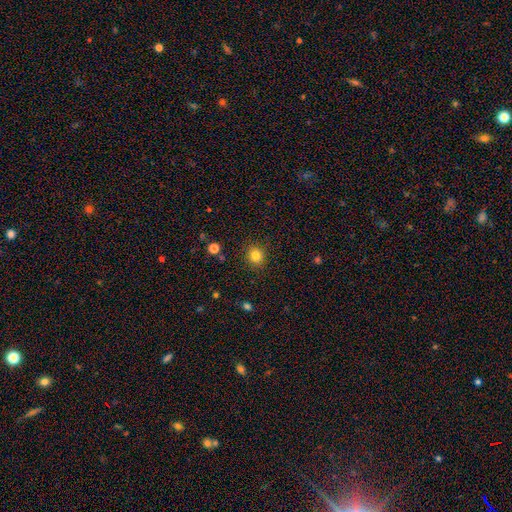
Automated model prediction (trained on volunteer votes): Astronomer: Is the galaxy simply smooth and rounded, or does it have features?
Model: smooth — 82%.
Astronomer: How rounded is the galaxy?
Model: round — 86%.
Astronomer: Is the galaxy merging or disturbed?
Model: none — 89%.